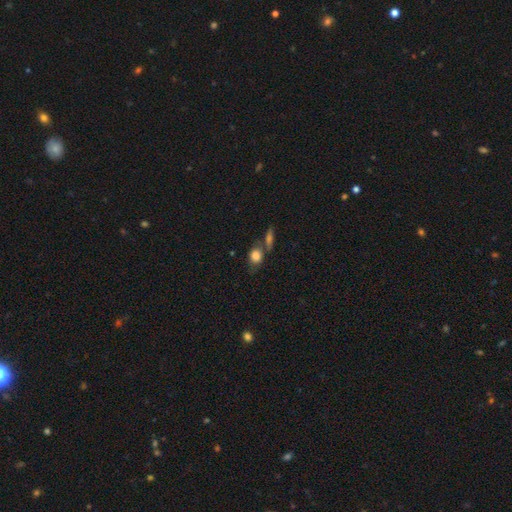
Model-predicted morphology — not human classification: type=smooth (81%); roundness=round (52%); merging=none (54%).